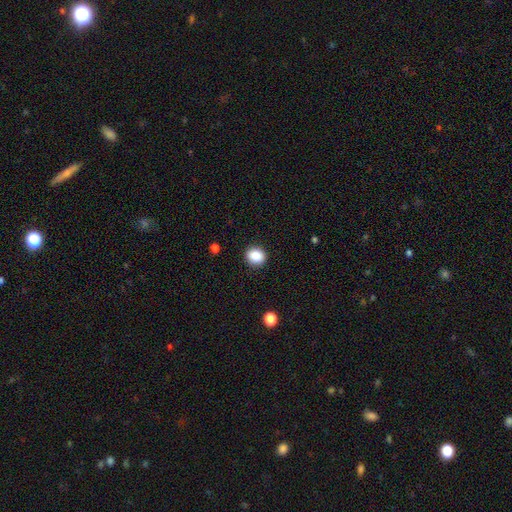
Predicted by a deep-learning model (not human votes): Smooth or featured? Predicted: smooth (p=0.88). How rounded? Predicted: round (p=0.71). Merging? Predicted: none (p=0.90).